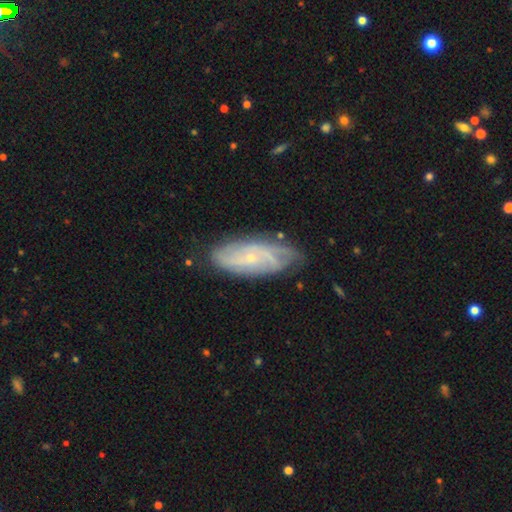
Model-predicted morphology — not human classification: Overall: featured or disk (70%). Edge-on disk: no (87%). Bar: no (66%; weak 28%). Spiral arms: yes (88%). Spiral arm count: can't tell (45%; 2 25%). Spiral winding: tight (55%; medium 32%). Bulge size: small (79%). Merging: none (77%).